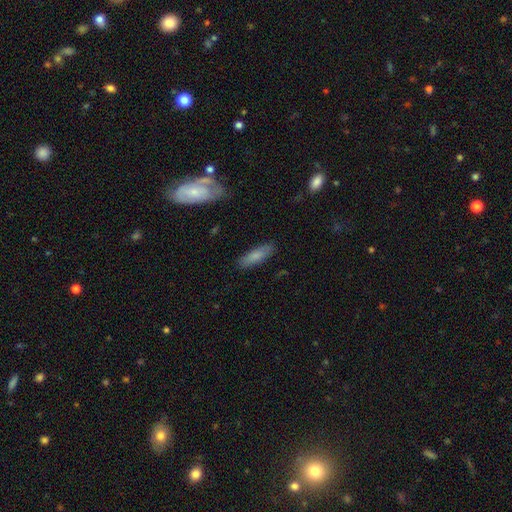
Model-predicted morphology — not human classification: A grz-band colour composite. It shows a smooth galaxy with no disk features (79%) that is cigar-shaped (57%). Merging: none (86%).